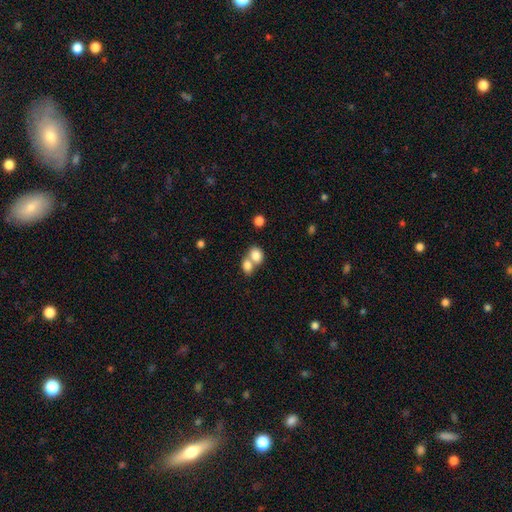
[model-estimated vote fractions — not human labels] Smooth or featured: smooth — 81% (featured or disk — 10%)
How rounded: in between — 53% (round — 46%)
Merging: merger — 63% (none — 28%)